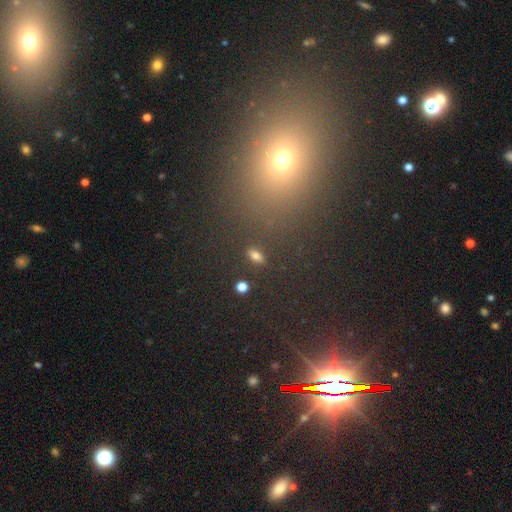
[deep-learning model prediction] This is likely a smooth galaxy (72%). How rounded: clearly in between (81%). Merging: clearly none (86%).